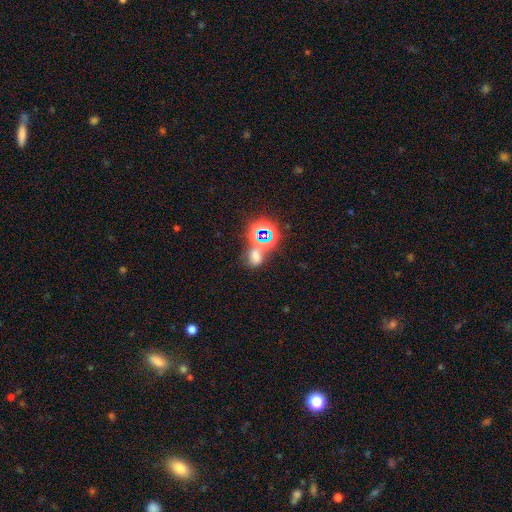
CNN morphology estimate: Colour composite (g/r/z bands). It shows a star or artifact, not a galaxy (45%).